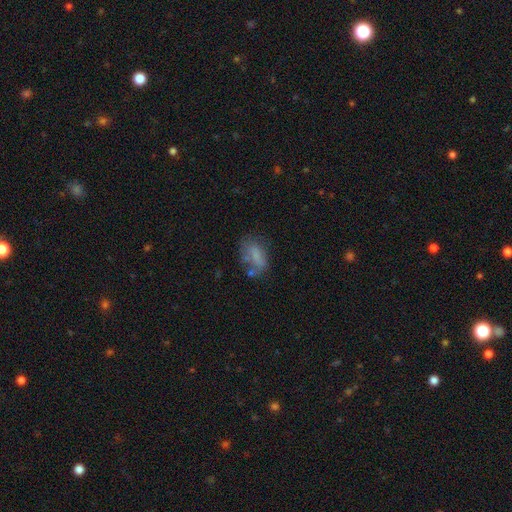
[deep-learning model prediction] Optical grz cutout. It shows a smooth galaxy with no disk features (63%) that is in between round and cigar-shaped (85%). Merging: none (44%).